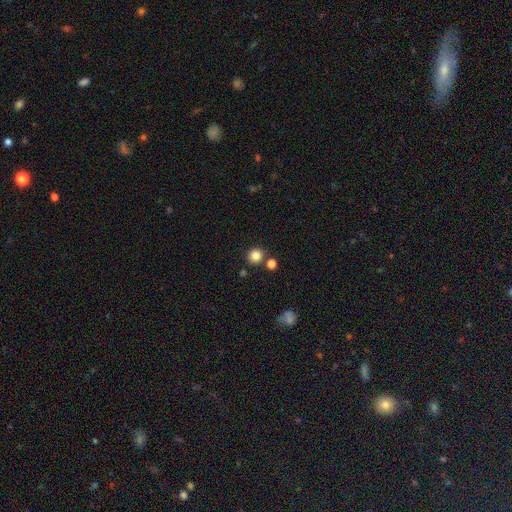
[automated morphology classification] type=smooth (83%); roundness=round (92%); merging=none (80%).